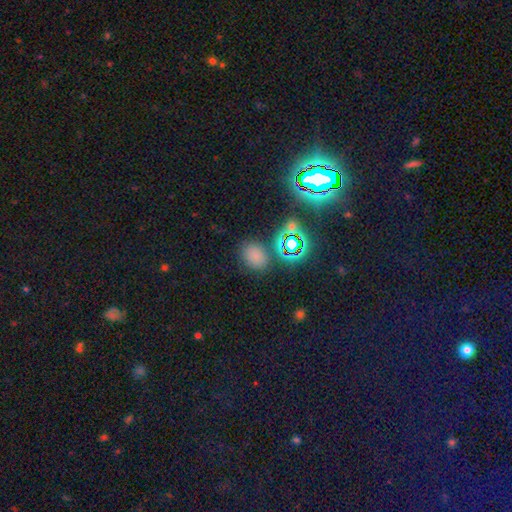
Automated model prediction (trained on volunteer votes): smooth-or-featured: smooth: 67% | star or artifact: 27% | featured or disk: 6%
  how-rounded: in between: 58% | round: 41% | cigar-shaped: 1%
  merging: none: 79% | minor disturbance: 12% | merger: 5% | major disturbance: 4%